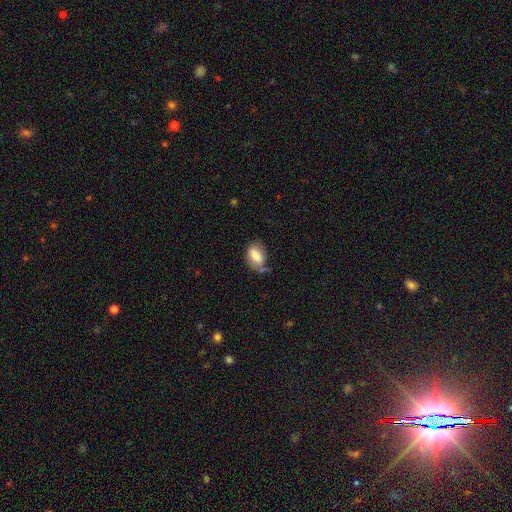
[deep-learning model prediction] This appears to be a smooth galaxy with no disk features (78%) that is in between round and cigar-shaped (84%). Merging: none (51%).